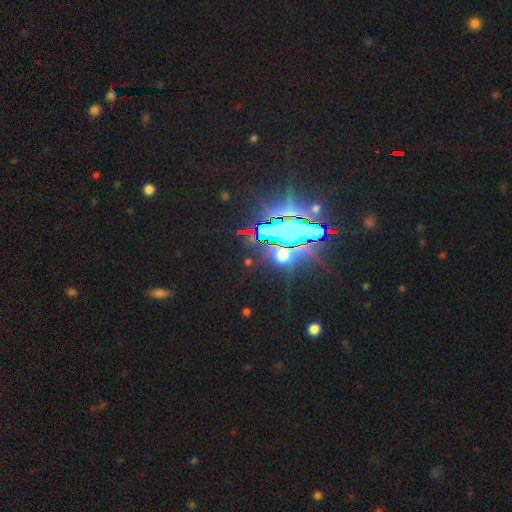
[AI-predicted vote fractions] smooth-or-featured: star or artifact: 83% | featured or disk: 10% | smooth: 8%